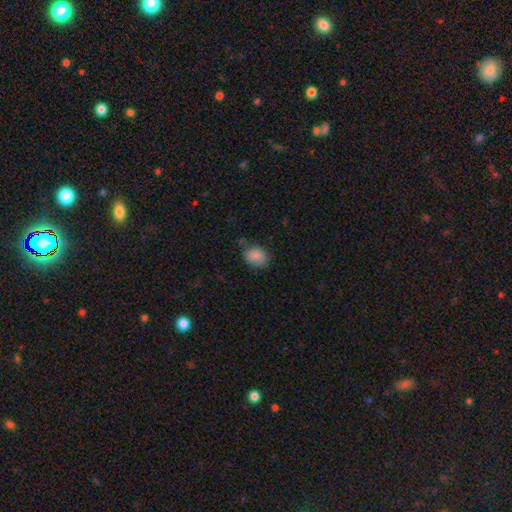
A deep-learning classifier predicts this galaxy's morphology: A smooth galaxy with no disk features (86%) that is in between round and cigar-shaped (65%). Merging: none (75%).